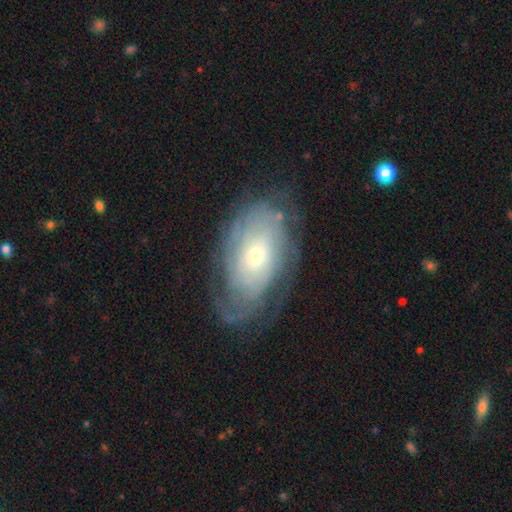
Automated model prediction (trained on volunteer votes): Smooth or featured: featured or disk — 76% (smooth — 17%)
Edge-on disk: no — 94% (yes — 6%)
Bar: no — 79% (weak — 17%)
Spiral arms: yes — 86% (no — 14%)
Spiral winding: tight — 72% (medium — 20%)
Spiral arm count: can't tell — 58% (2 — 12%)
Bulge size: small — 57% (moderate — 38%)
Merging: none — 67% (minor disturbance — 20%)